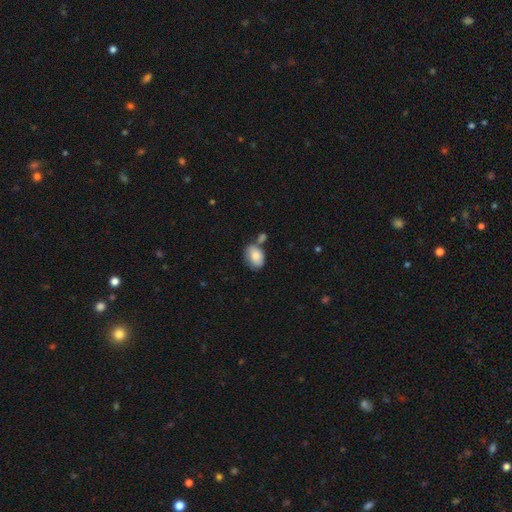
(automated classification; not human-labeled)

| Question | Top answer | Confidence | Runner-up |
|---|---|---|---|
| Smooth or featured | smooth | 82% | featured or disk (11%) |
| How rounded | in between | 82% | round (17%) |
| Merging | none | 50% | minor disturbance (23%) |